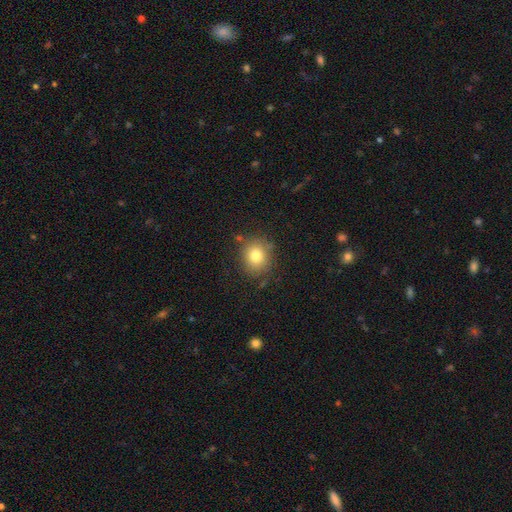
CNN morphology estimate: Smooth or featured? smooth (79%)
How rounded? round (77%)
Merging? none (80%)